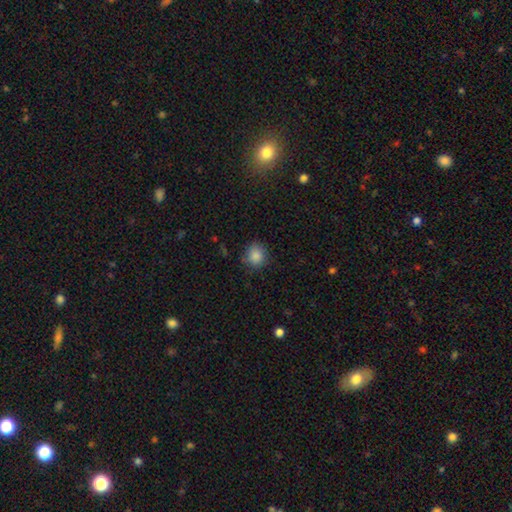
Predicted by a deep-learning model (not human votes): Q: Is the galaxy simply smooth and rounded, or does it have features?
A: smooth — 86%.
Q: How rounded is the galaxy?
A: round — 82%.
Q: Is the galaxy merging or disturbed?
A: none — 80%.